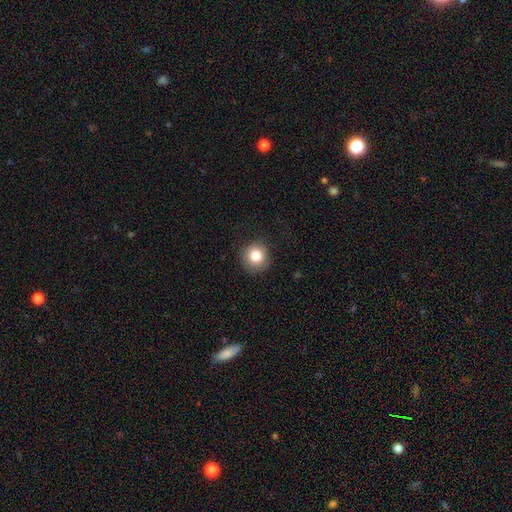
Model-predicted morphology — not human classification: A smooth galaxy with no disk features (83%) that is round (91%).

Vote fractions:
- Smooth or featured? smooth: 83% / star or artifact: 10% / featured or disk: 8%
- How rounded? round: 91% / in between: 8% / cigar-shaped: 1%
- Merging? none: 84% / minor disturbance: 12% / major disturbance: 4% / merger: 1%